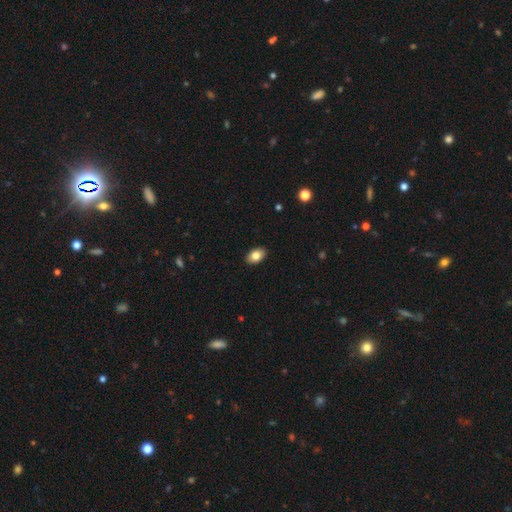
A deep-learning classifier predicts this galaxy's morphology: type=smooth (82%); roundness=in between (90%); merging=none (90%).